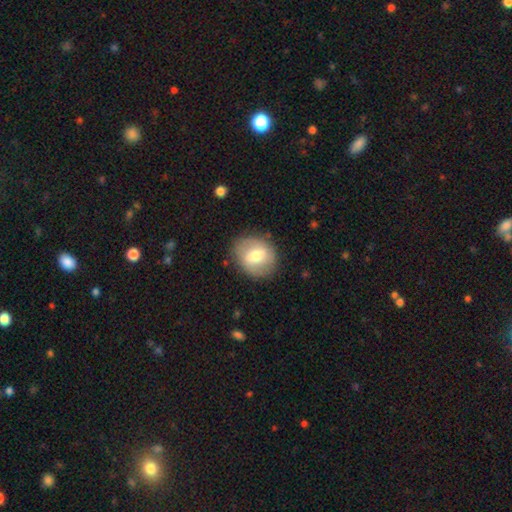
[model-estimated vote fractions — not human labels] smooth_or_featured: smooth (p=0.57) [alt: featured or disk p=0.37]
how_rounded: round (p=0.67) [alt: in between p=0.32]
merging: none (p=0.83) [alt: minor disturbance p=0.12]